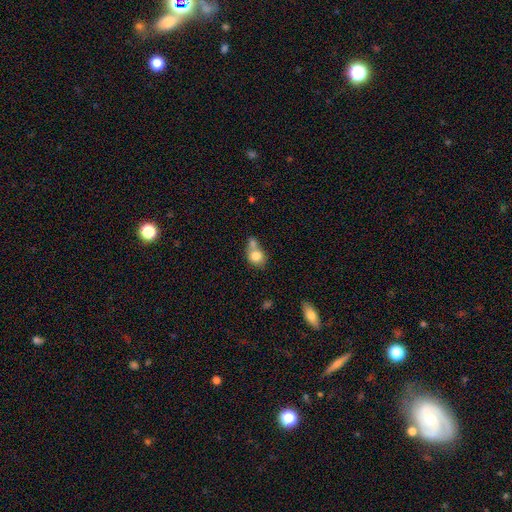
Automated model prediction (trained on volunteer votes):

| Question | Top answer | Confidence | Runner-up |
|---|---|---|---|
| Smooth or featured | smooth | 77% | featured or disk (14%) |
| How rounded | round | 59% | in between (40%) |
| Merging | merger | 53% | none (28%) |